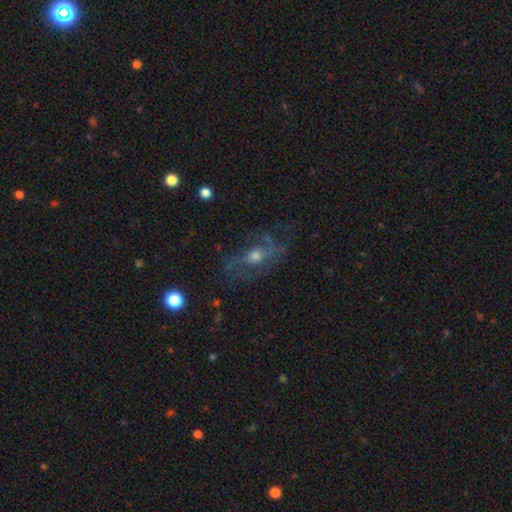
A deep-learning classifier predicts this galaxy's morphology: Smooth or featured? featured or disk (67%)
Edge-on disk? no (82%)
Bar? no (67%)
Spiral arms? yes (63%)
Bulge size? moderate (58%)
Merging? none (59%)